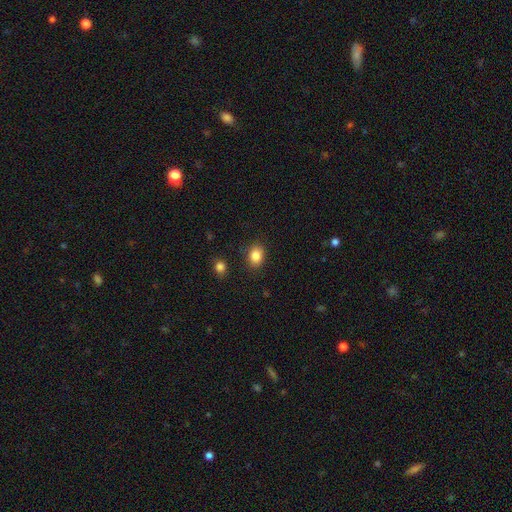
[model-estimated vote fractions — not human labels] Smooth or featured?
  - smooth: 86% *
  - star or artifact: 9%
  - featured or disk: 5%
How rounded?
  - in between: 63% *
  - round: 36%
  - cigar-shaped: 1%
Merging?
  - none: 86% *
  - minor disturbance: 10%
  - major disturbance: 3%
  - merger: 2%